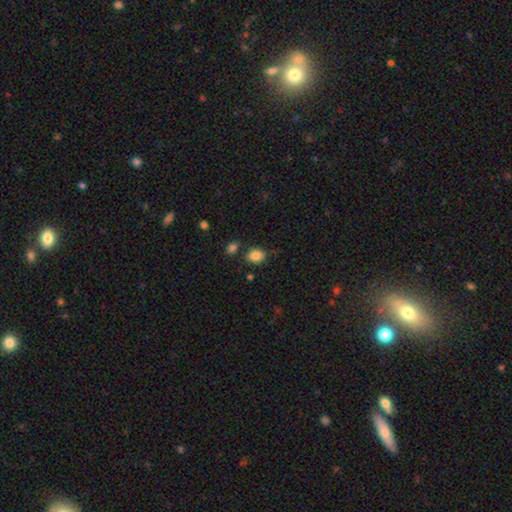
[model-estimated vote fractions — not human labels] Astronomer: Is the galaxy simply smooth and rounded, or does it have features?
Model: smooth — 86%.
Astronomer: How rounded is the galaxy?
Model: in between — 55% (runner-up: round, 44%).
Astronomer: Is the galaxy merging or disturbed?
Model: none — 77%.